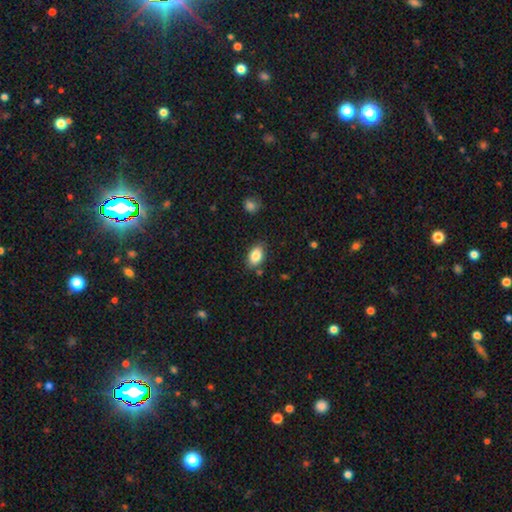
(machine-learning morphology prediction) smooth-or-featured: smooth: 85% | star or artifact: 8% | featured or disk: 7%
  how-rounded: in between: 88% | round: 11% | cigar-shaped: 2%
  merging: none: 82% | minor disturbance: 12% | merger: 3% | major disturbance: 3%